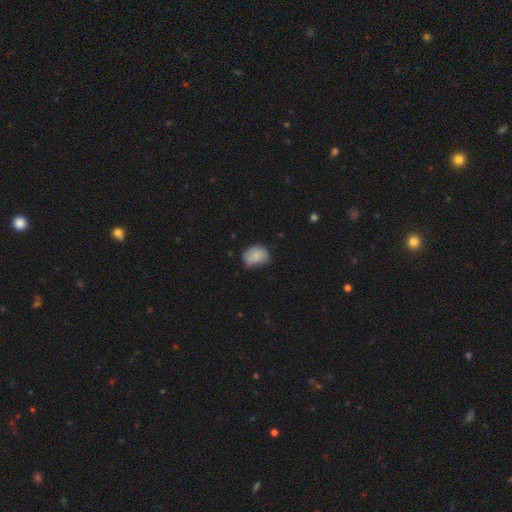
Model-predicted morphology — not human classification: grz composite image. It shows a smooth galaxy with no disk features (78%) that is in between round and cigar-shaped (59%). Merging: none (54%).